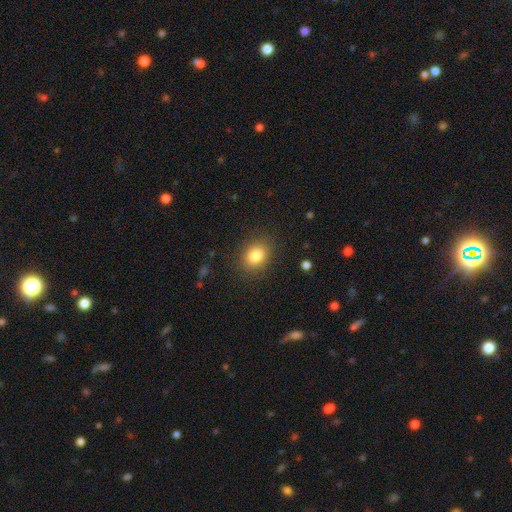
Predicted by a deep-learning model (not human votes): Smooth or featured? smooth (82%)
How rounded? in between (54%)
Merging? none (86%)